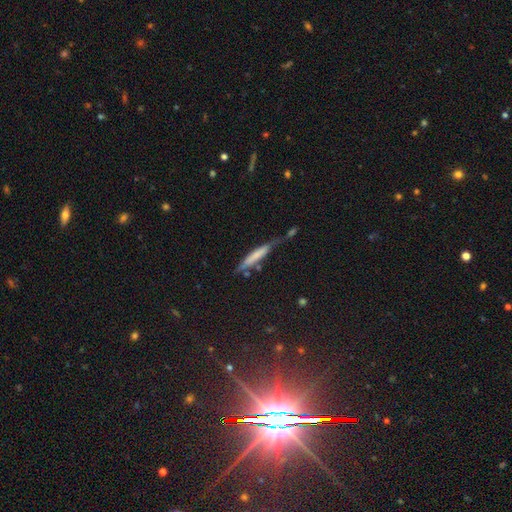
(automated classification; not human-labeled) A smooth galaxy with no disk features (59%) that is cigar-shaped (89%). Merging: none (47%).